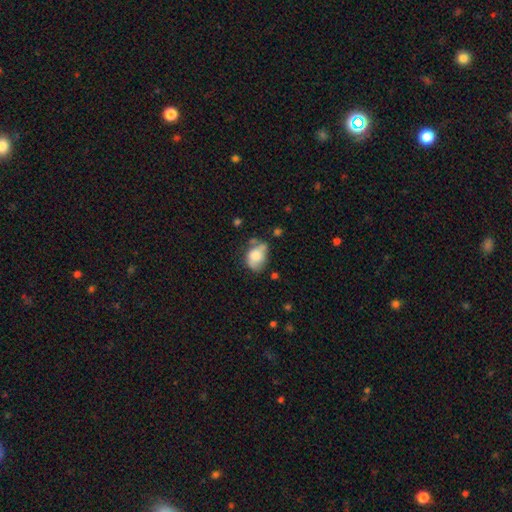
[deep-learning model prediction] smooth_or_featured: smooth (p=0.71) [alt: featured or disk p=0.21]
how_rounded: in between (p=0.72) [alt: round p=0.27]
merging: none (p=0.36) [alt: minor disturbance p=0.34]